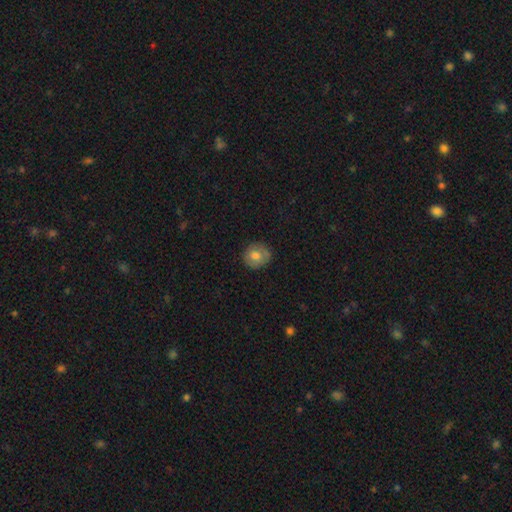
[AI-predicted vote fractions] Smooth or featured? Predicted: smooth (p=0.70). How rounded? Predicted: round (p=0.85). Merging? Predicted: none (p=0.80).